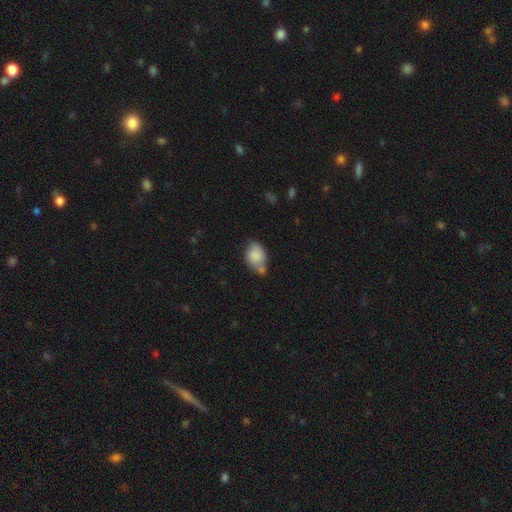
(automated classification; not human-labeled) The model was most divided on "merging": none: 44%, minor disturbance: 25%, merger: 25%, major disturbance: 7%. More confident: smooth or featured — smooth (83%); how rounded — in between (76%).